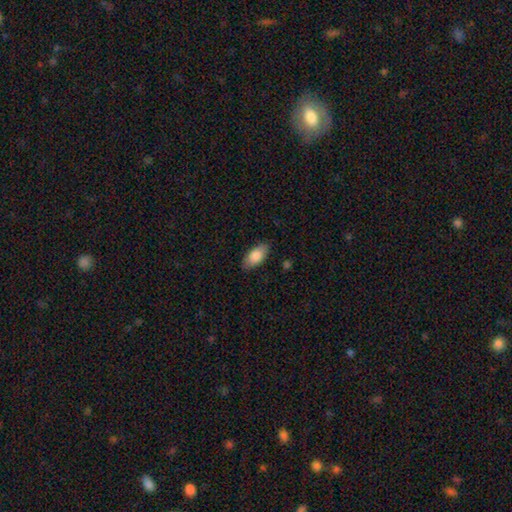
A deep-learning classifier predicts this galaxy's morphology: Smooth or featured: smooth — 84% (featured or disk — 10%)
How rounded: in between — 89% (cigar-shaped — 8%)
Merging: none — 86% (minor disturbance — 11%)